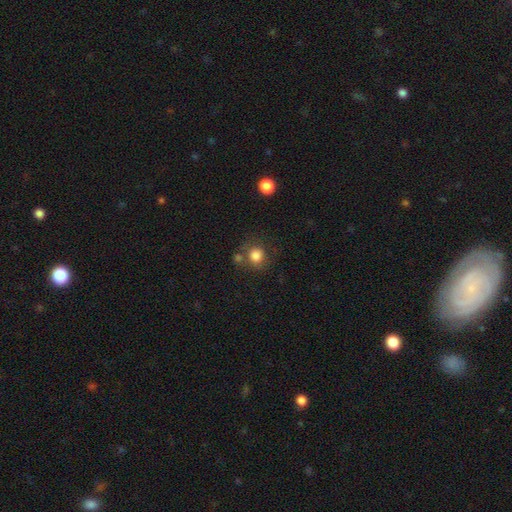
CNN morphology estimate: type=smooth (81%); roundness=round (85%); merging=none (66%).